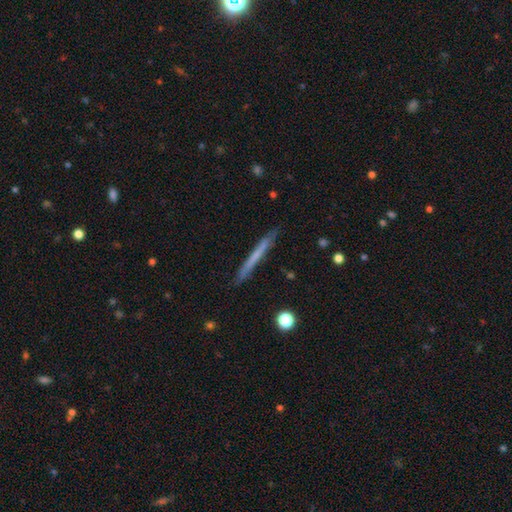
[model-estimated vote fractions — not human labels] The model was most divided on "smooth or featured": smooth: 53%, featured or disk: 41%, star or artifact: 6%. More confident: how rounded — cigar-shaped (97%); merging — none (87%).